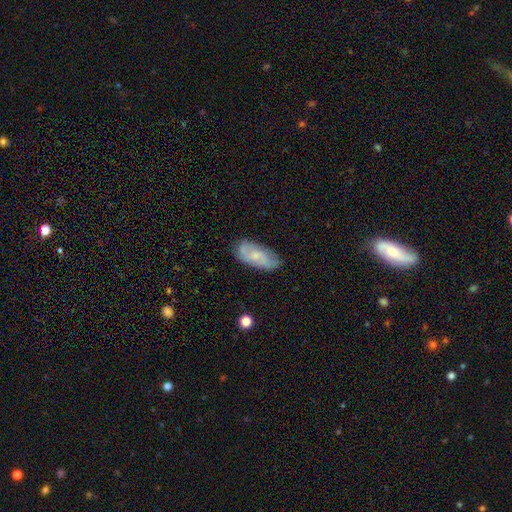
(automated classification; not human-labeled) This appears to be a smooth galaxy with no disk features (54%) that is in between round and cigar-shaped (87%). Merging: none (71%).